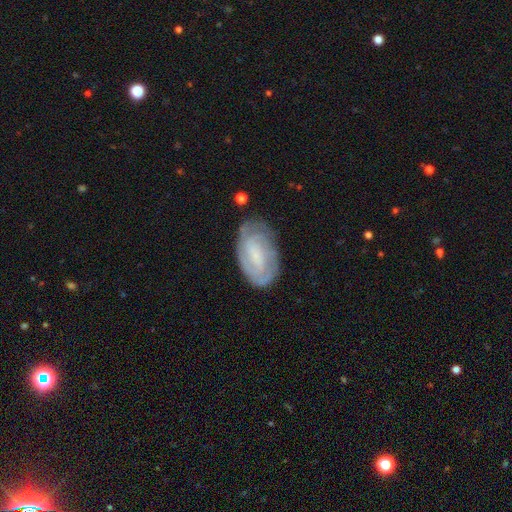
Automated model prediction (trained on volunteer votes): This is likely a featured or disk galaxy (66%). It is clearly not viewed edge-on (96%). Bar: marginally weak (44%). Spiral arm pattern: clearly yes (88%). Spiral arm count: marginally can't tell (39%). Spiral winding: likely tight (64%). Central bulge: possibly small (48%). Merging: likely none (71%).